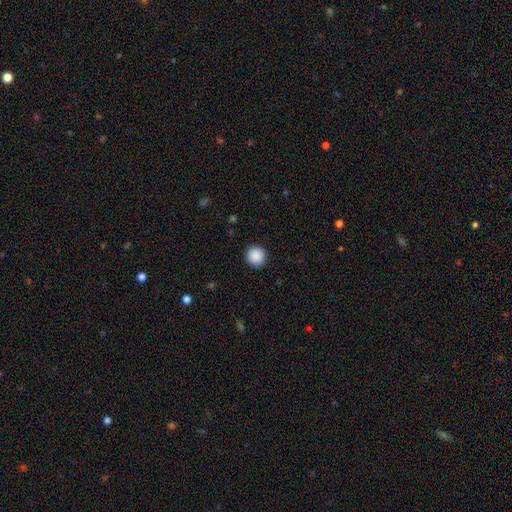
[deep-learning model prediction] smooth 89%, star or artifact 9%, featured or disk 2%. Down the decision tree: how rounded — round (95%); merging — none (92%).